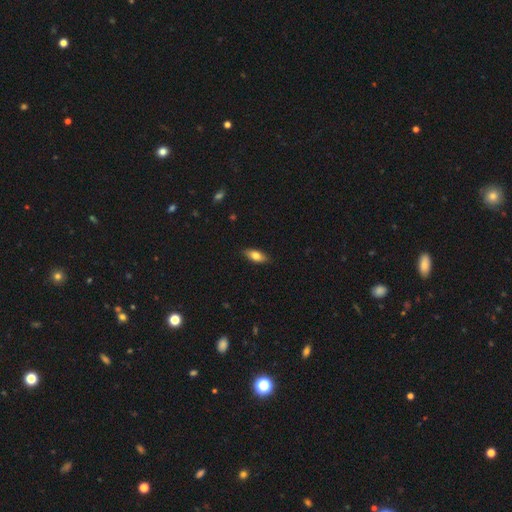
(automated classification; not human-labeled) Morphology: type=smooth (76%); roundness=in between (83%); merging=none (87%).